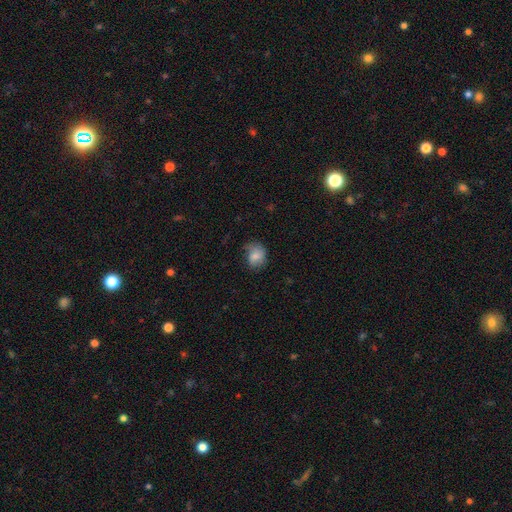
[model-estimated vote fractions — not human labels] Smooth or featured? Predicted: smooth (p=0.74). How rounded? Predicted: round (p=0.53). Merging? Predicted: none (p=0.53).